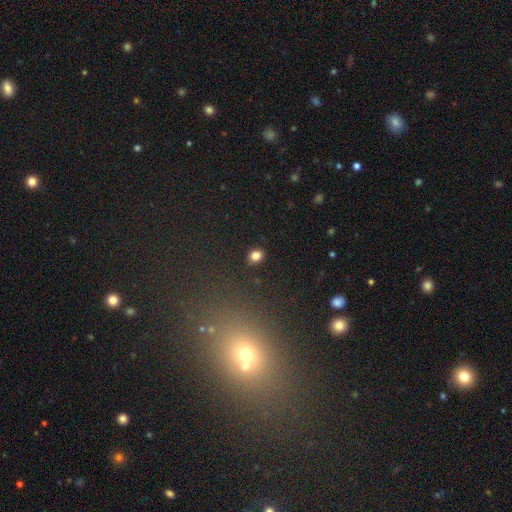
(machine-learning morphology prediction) type=smooth (81%); roundness=round (60%); merging=none (89%).